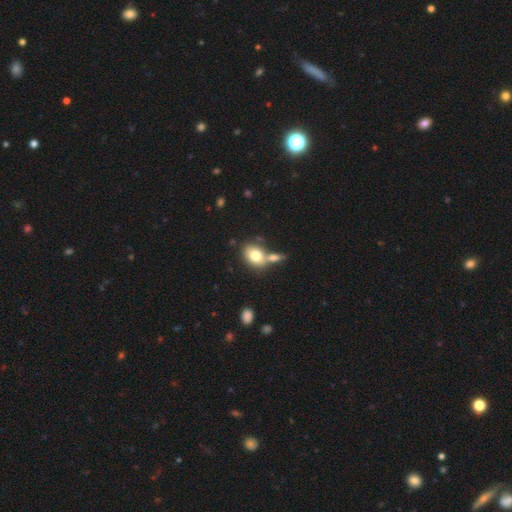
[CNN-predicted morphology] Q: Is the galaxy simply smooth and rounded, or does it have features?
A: smooth — 79%.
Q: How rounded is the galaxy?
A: in between — 73%.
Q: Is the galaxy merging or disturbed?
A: none — 46%.